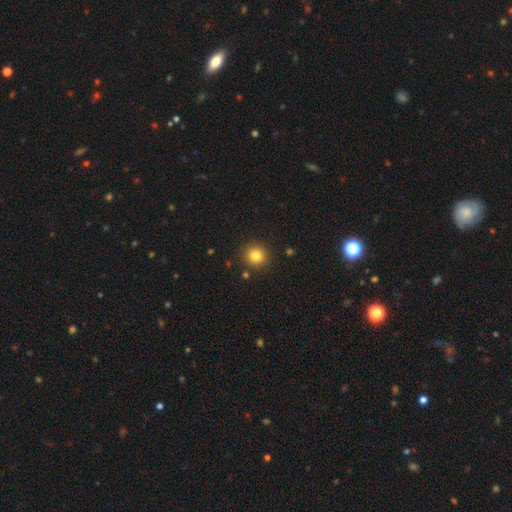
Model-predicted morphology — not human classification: This appears to be a smooth galaxy with no disk features (82%) that is round (93%). Merging: none (90%).